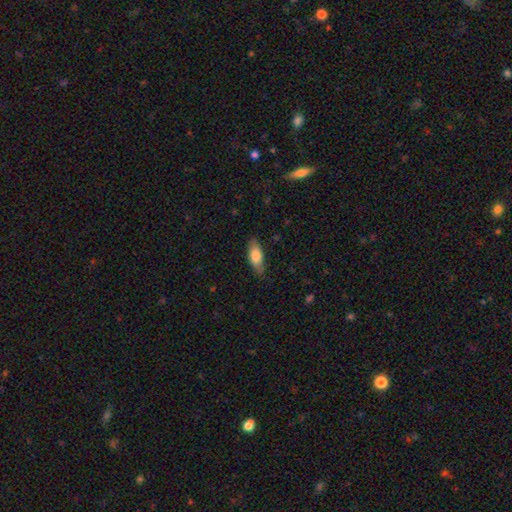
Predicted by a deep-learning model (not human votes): This appears to be a smooth galaxy with no disk features (76%) that is in between round and cigar-shaped (78%). Merging: none (78%).